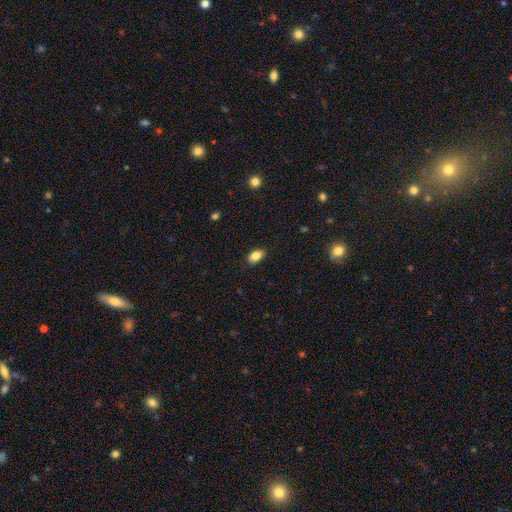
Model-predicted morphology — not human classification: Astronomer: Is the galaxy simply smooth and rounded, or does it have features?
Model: smooth — 85%.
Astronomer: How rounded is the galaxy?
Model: in between — 88%.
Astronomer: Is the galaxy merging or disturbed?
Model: none — 85%.